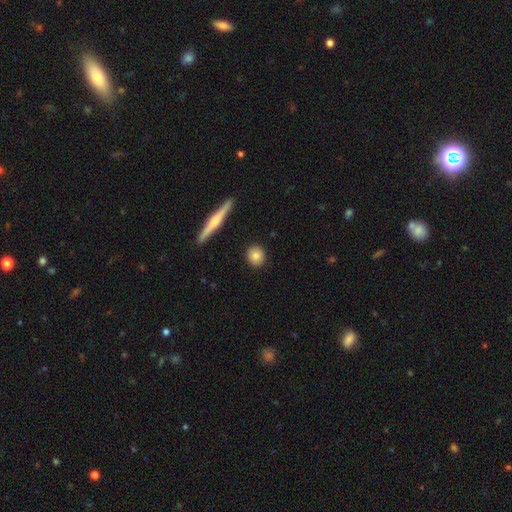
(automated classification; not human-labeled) Smooth or featured? smooth (81%)
How rounded? round (84%)
Merging? none (90%)